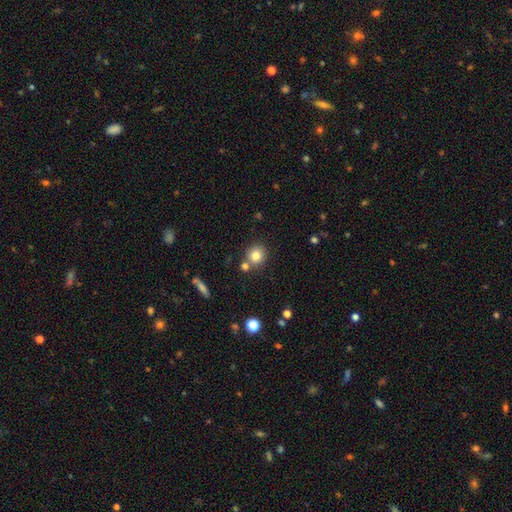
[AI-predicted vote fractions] A smooth galaxy with no disk features (80%) that is round (86%). Merging: none (70%).